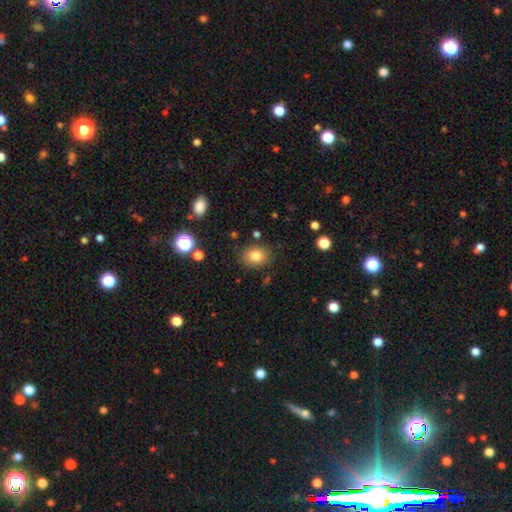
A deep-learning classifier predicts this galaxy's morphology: A smooth galaxy with no disk features (81%) that is in between round and cigar-shaped (58%). Merging: none (83%).